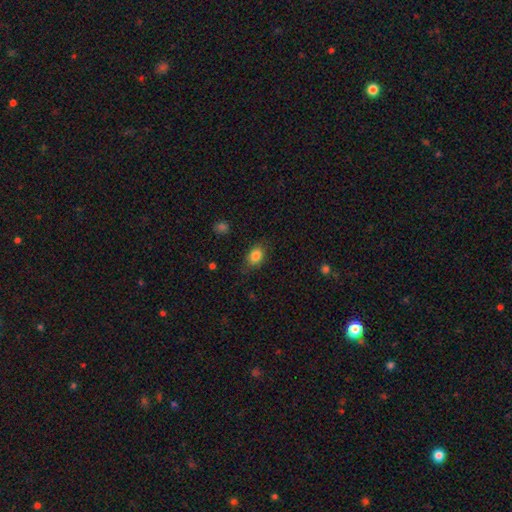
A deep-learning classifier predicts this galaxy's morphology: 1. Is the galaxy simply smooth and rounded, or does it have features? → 85% smooth, 9% star or artifact, 6% featured or disk.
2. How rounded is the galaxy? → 76% in between, 22% round, 2% cigar-shaped.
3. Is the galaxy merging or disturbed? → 79% none, 16% minor disturbance, 4% major disturbance, 1% merger.